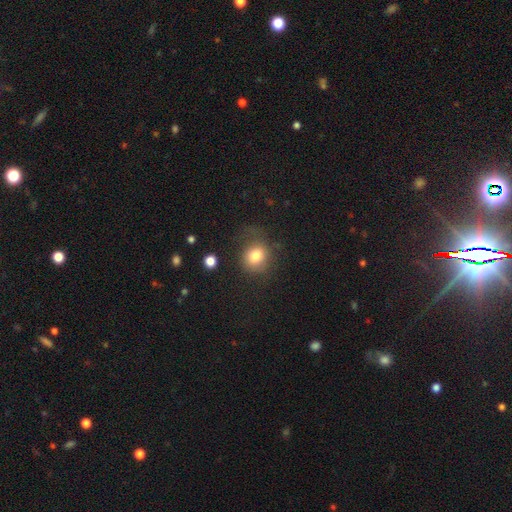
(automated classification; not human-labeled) Q: Smooth or featured?
A: smooth (78%); runner-up: featured or disk (11%)
Q: How rounded?
A: round (72%); runner-up: in between (28%)
Q: Merging?
A: none (60%); runner-up: minor disturbance (21%)